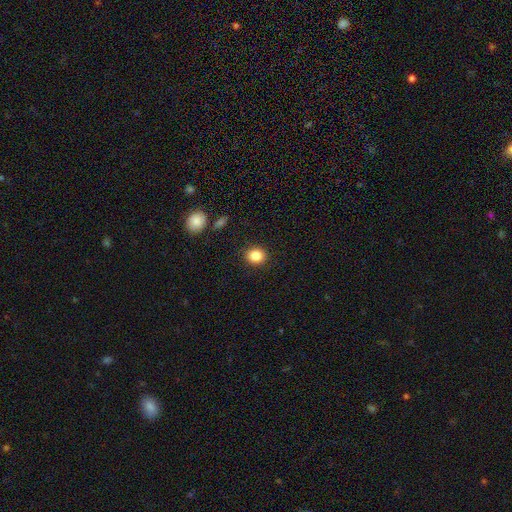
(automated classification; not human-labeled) Morphology: type=smooth (85%); roundness=round (71%); merging=none (89%).